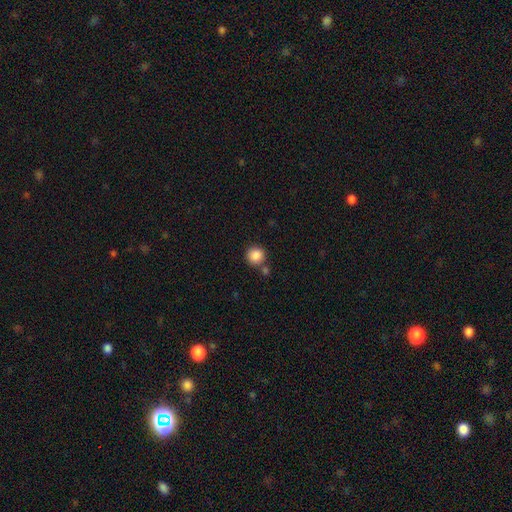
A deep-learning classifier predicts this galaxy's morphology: Smooth or featured?
  - smooth: 87% *
  - star or artifact: 10%
  - featured or disk: 4%
How rounded?
  - round: 94% *
  - in between: 5%
  - cigar-shaped: 1%
Merging?
  - none: 75% *
  - merger: 14%
  - minor disturbance: 8%
  - major disturbance: 3%